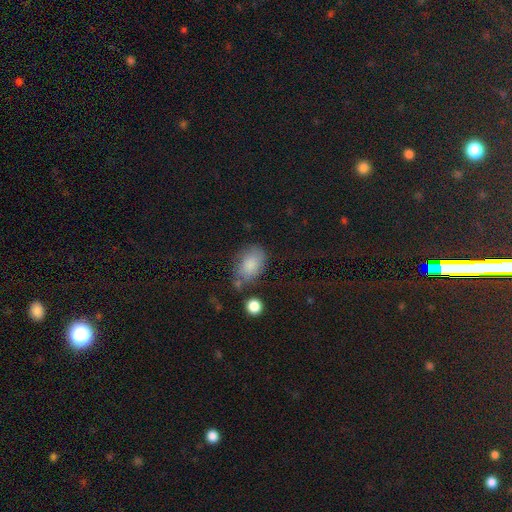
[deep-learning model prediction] This is likely a smooth galaxy (79%). How rounded: clearly in between (83%). Merging: likely none (64%).